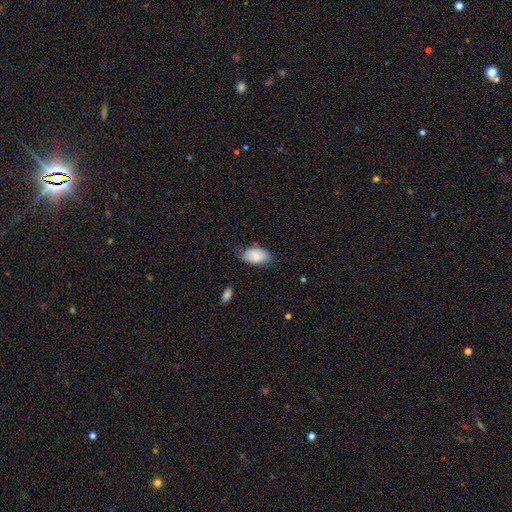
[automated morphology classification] This appears to be a smooth galaxy with no disk features (77%) that is in between round and cigar-shaped (94%). Merging: none (60%).